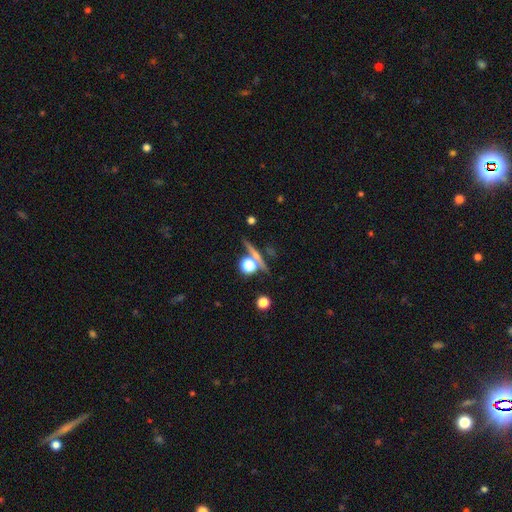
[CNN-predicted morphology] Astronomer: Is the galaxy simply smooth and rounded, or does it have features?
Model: smooth — 42% (runner-up: featured or disk, 33%).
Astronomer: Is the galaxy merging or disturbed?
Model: none — 74%.